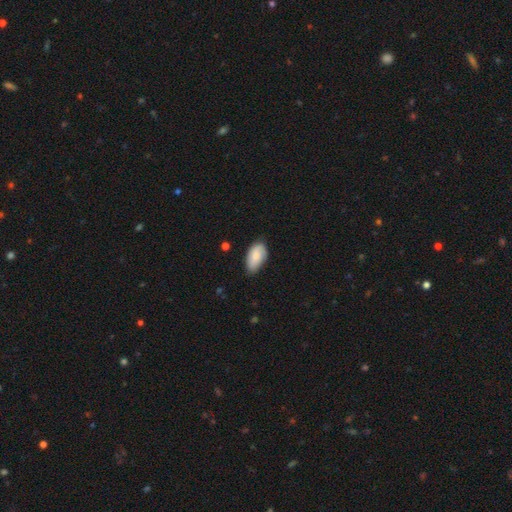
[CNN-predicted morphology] smooth-or-featured: smooth: 80% | featured or disk: 13% | star or artifact: 6%
  how-rounded: in between: 94% | round: 4% | cigar-shaped: 2%
  merging: none: 67% | minor disturbance: 28% | major disturbance: 4% | merger: 1%